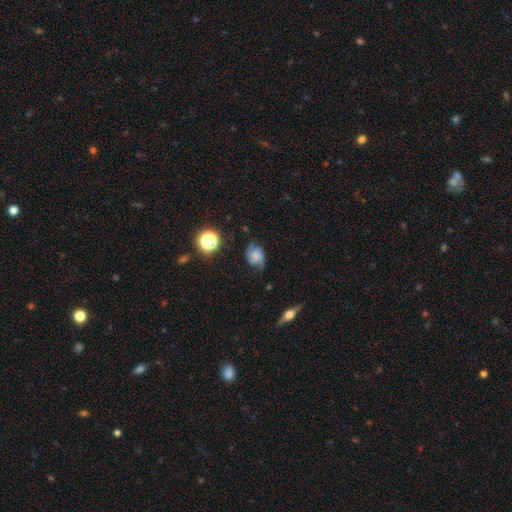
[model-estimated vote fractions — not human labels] A featured or disk galaxy (52%).

Vote fractions:
- Smooth or featured? featured or disk: 52% / smooth: 35% / star or artifact: 14%
- Edge-on disk? no: 96% / yes: 4%
- Merging? none: 59% / minor disturbance: 27% / major disturbance: 11% / merger: 2%